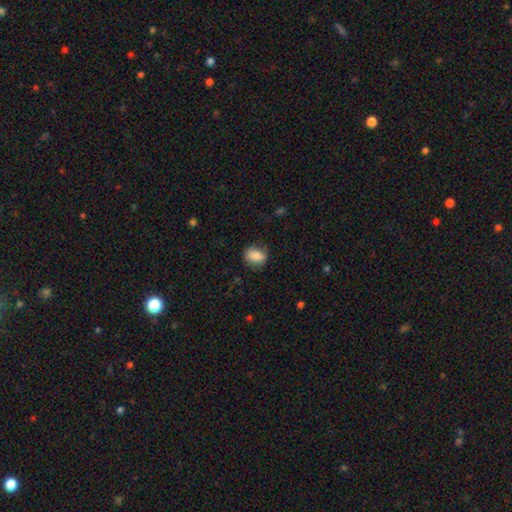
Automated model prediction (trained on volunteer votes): smooth_or_featured: smooth (p=0.81) [alt: featured or disk p=0.11]
how_rounded: in between (p=0.56) [alt: round p=0.42]
merging: none (p=0.77) [alt: minor disturbance p=0.16]